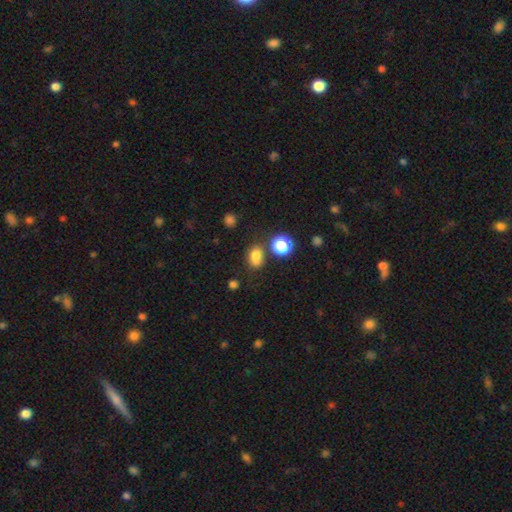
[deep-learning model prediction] The model was most divided on "how rounded": in between: 62%, round: 37%, cigar-shaped: 2%. More confident: smooth or featured — smooth (76%); merging — none (59%).